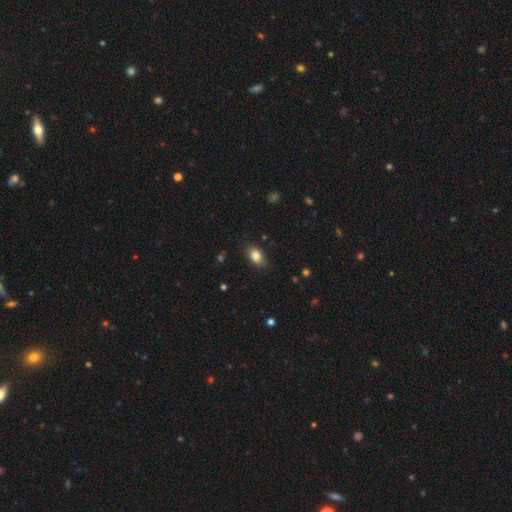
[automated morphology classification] Overall: smooth (84%). How rounded: in between (85%). Merging: none (81%).